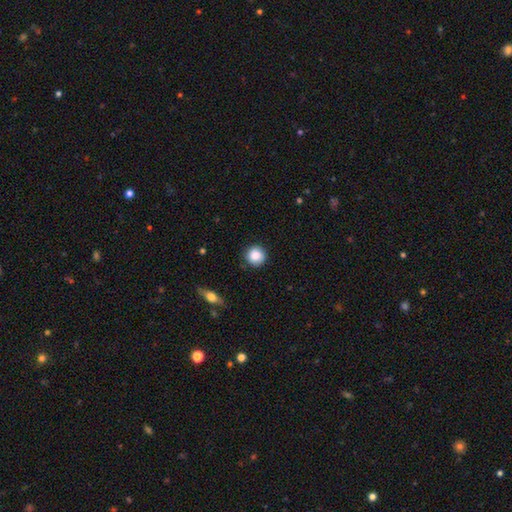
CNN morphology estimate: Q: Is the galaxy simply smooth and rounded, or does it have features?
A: smooth — 86%.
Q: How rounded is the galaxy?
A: round — 93%.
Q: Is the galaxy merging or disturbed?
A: none — 86%.